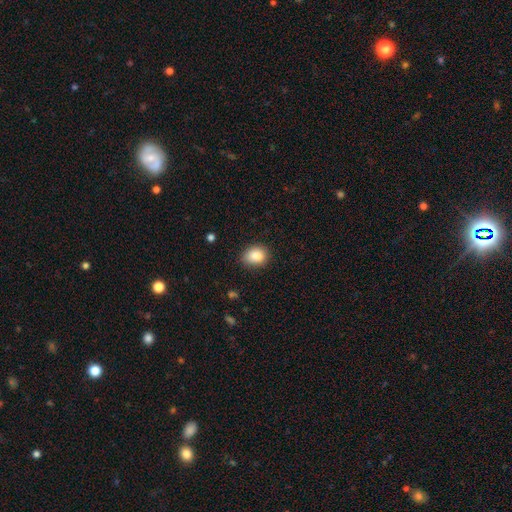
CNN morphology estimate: type=smooth (88%); roundness=in between (63%); merging=none (81%).